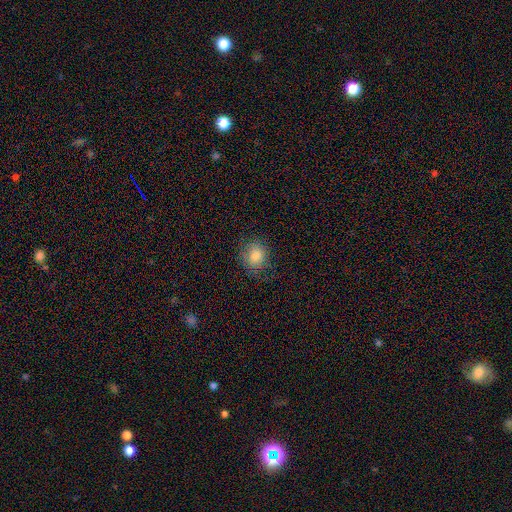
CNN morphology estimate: A smooth galaxy with no disk features (80%) that is round (69%). Merging: none (78%).